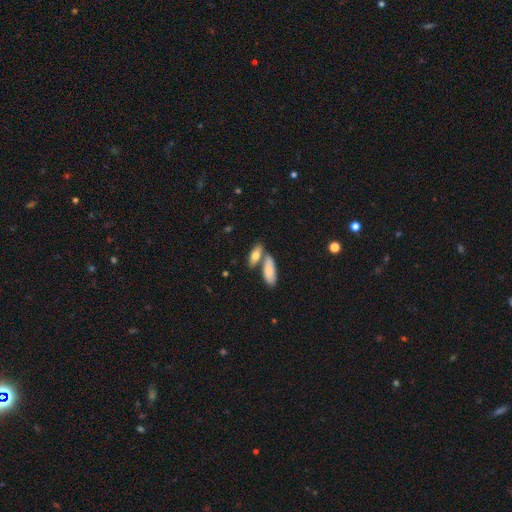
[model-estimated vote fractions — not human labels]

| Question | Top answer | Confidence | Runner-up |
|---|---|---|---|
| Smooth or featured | smooth | 74% | featured or disk (19%) |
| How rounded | in between | 69% | cigar-shaped (28%) |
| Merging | none | 48% | merger (39%) |